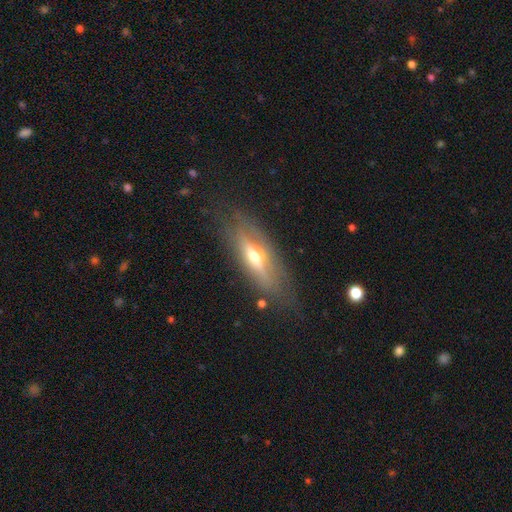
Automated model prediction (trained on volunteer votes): Overall: featured or disk (60%; smooth 33%). Edge-on disk: yes (71%). Merging: none (72%).